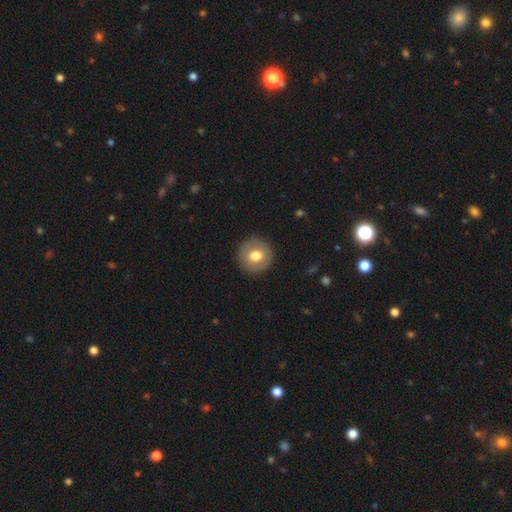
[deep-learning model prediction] smooth-or-featured: smooth: 70% | featured or disk: 23% | star or artifact: 8%
  how-rounded: round: 95% | in between: 4% | cigar-shaped: 1%
  merging: none: 90% | minor disturbance: 7% | major disturbance: 2% | merger: 1%